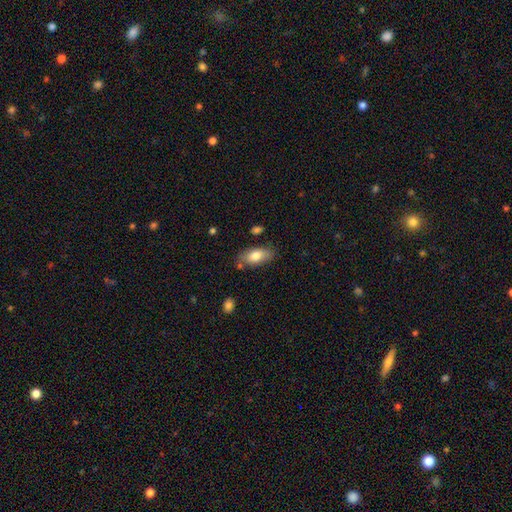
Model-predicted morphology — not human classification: Q: Smooth or featured?
A: smooth (78%); runner-up: featured or disk (15%)
Q: How rounded?
A: in between (87%); runner-up: cigar-shaped (10%)
Q: Merging?
A: none (77%); runner-up: minor disturbance (15%)